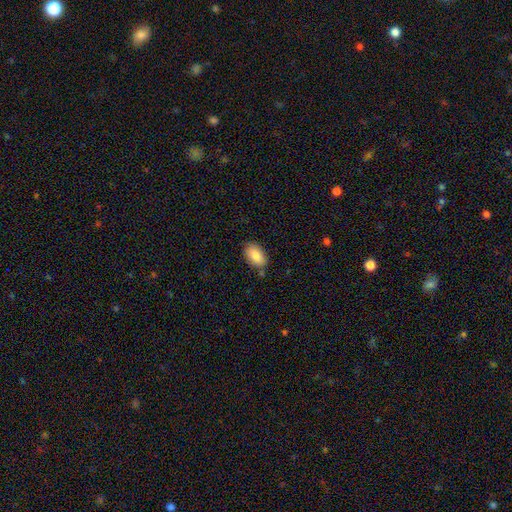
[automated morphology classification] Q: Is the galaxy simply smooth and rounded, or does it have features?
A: smooth — 85%.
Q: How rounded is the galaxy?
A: in between — 93%.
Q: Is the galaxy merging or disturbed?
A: none — 77%.